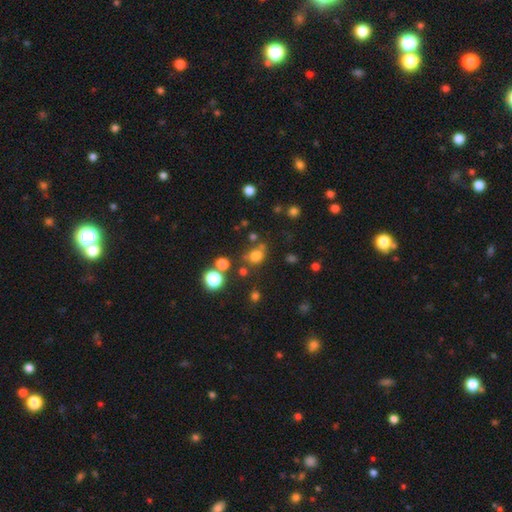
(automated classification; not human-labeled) smooth-or-featured: smooth: 72% | star or artifact: 20% | featured or disk: 8%
  how-rounded: round: 67% | in between: 31% | cigar-shaped: 1%
  merging: none: 62% | merger: 16% | minor disturbance: 15% | major disturbance: 7%